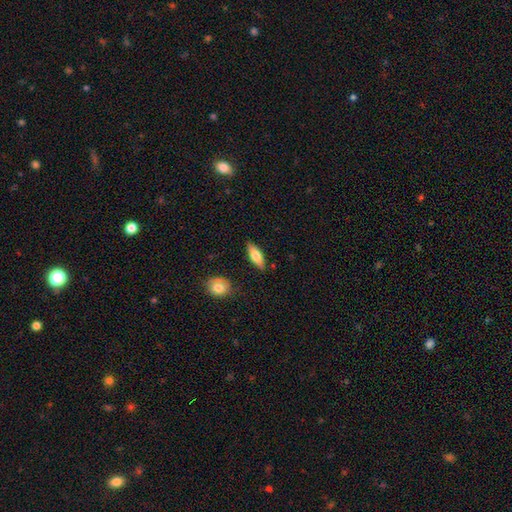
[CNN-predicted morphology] Overall: smooth (72%). How rounded: in between (66%; cigar-shaped 31%). Merging: none (85%).